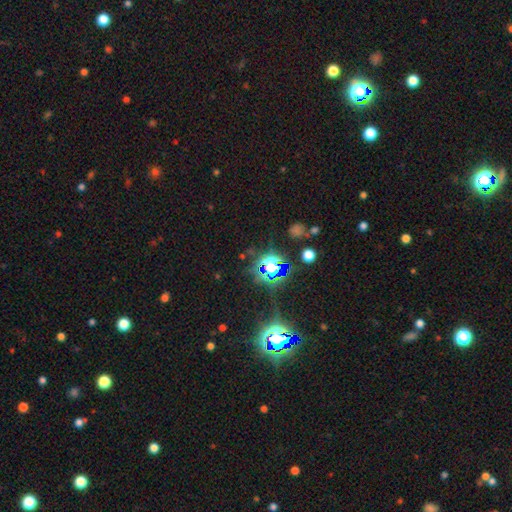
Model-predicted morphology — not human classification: Q: Smooth or featured?
A: star or artifact (79%); runner-up: smooth (13%)